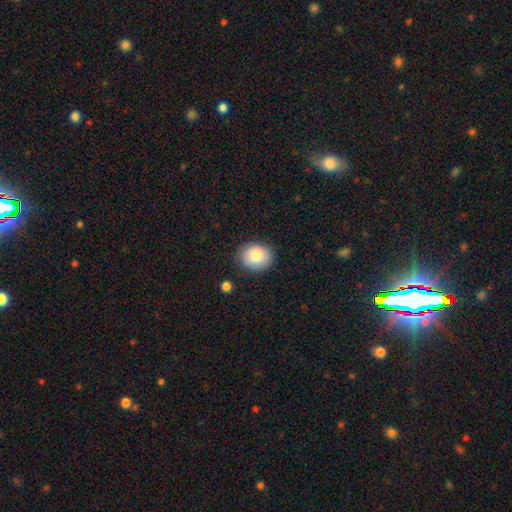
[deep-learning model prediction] A smooth galaxy with no disk features (85%) that is round (61%). Merging: none (84%).